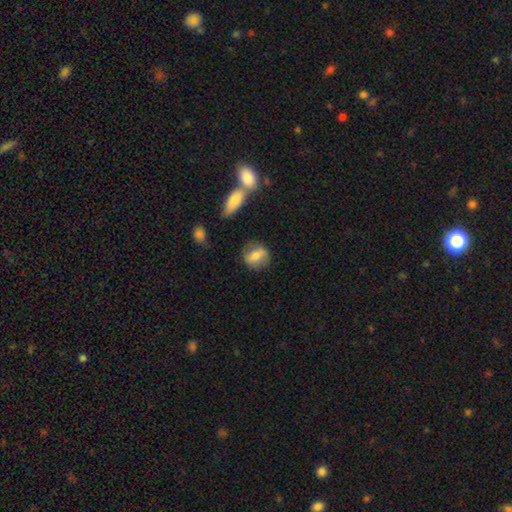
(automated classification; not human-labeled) Overall: smooth (62%; featured or disk 30%). How rounded: round (51%; in between 44%). Merging: none (77%).